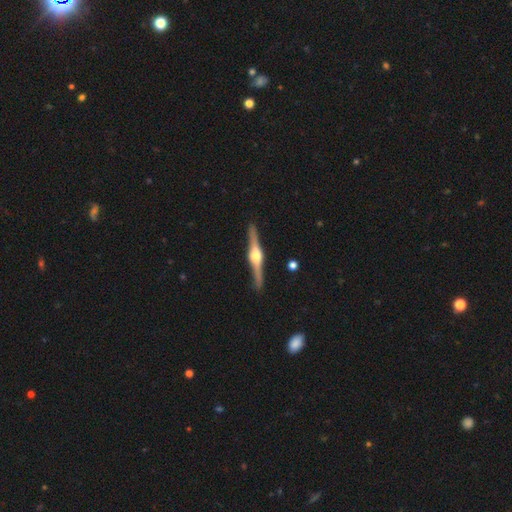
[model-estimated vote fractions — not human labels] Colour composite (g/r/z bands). It shows a featured or disk galaxy (85%) viewed edge-on (98%) with a rounded central bulge (94%). Merging: none (92%).